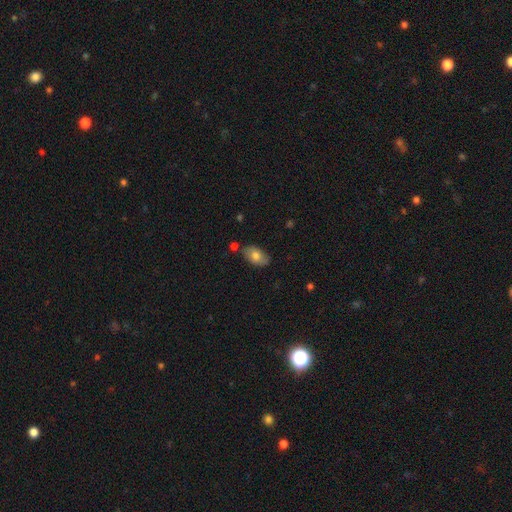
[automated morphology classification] A smooth galaxy with no disk features (75%) that is in between round and cigar-shaped (92%).

Vote fractions:
- Smooth or featured? smooth: 75% / featured or disk: 17% / star or artifact: 7%
- How rounded? in between: 92% / round: 6% / cigar-shaped: 2%
- Merging? none: 77% / minor disturbance: 14% / merger: 6% / major disturbance: 3%